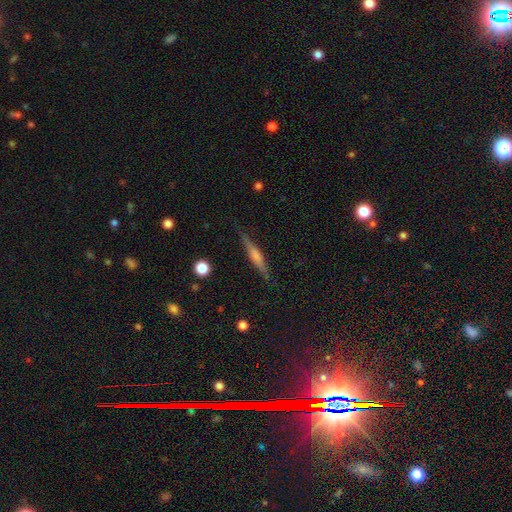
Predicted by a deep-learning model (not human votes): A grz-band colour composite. It shows a featured or disk galaxy (67%) viewed edge-on (97%) with a rounded central bulge (66%). Merging: none (88%).